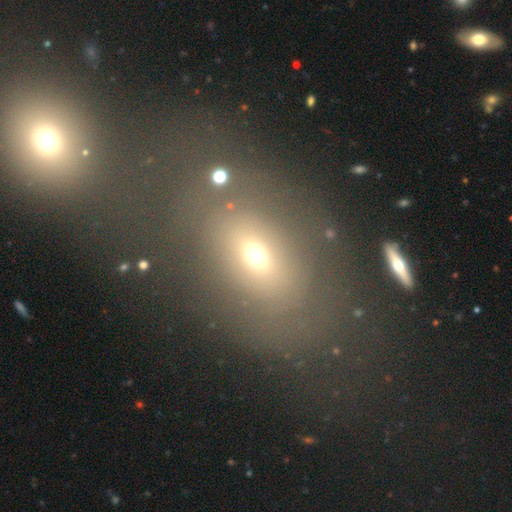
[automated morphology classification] Overall: smooth (59%; featured or disk 21%). How rounded: in between (70%). Merging: none (58%).